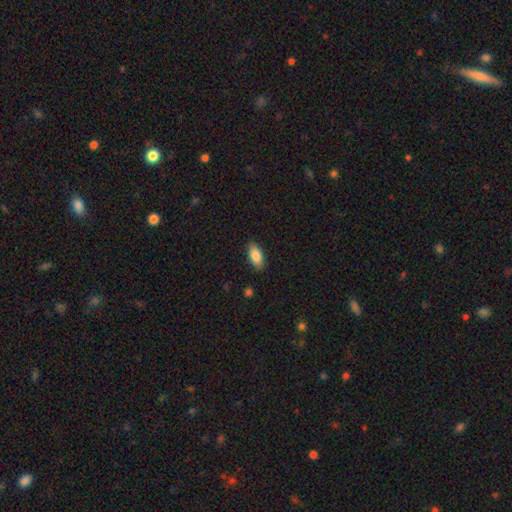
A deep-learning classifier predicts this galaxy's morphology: Smooth or featured?
  - smooth: 83% *
  - featured or disk: 10%
  - star or artifact: 7%
How rounded?
  - in between: 88% *
  - cigar-shaped: 9%
  - round: 3%
Merging?
  - none: 87% *
  - minor disturbance: 9%
  - major disturbance: 2%
  - merger: 1%